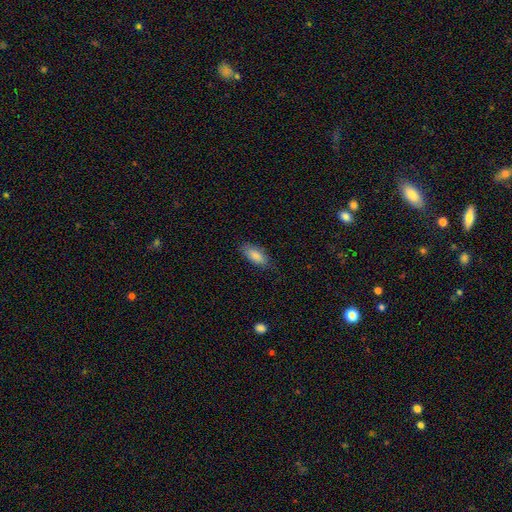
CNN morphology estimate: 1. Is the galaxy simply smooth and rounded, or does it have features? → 85% smooth, 8% featured or disk, 6% star or artifact.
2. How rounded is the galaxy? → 83% in between, 15% cigar-shaped, 2% round.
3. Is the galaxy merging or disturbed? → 76% none, 19% minor disturbance, 4% major disturbance, 1% merger.